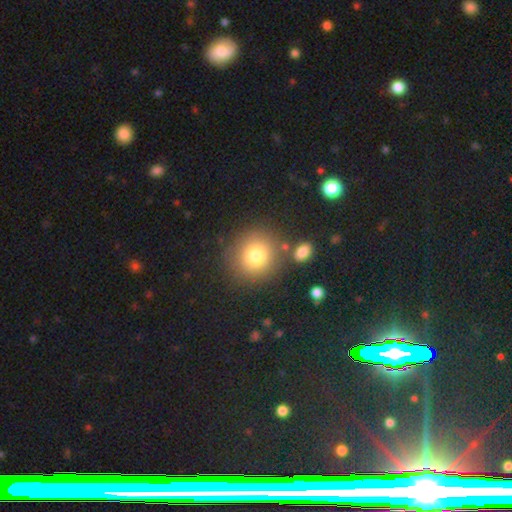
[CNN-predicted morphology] A smooth galaxy with no disk features (78%) that is round (90%). Merging: none (79%).